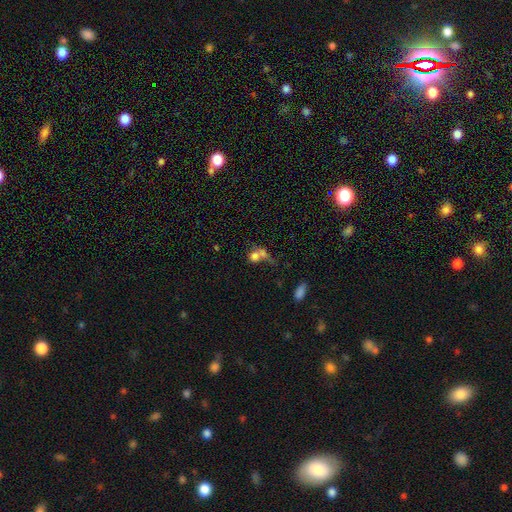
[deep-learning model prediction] The model was most divided on "merging": merger: 58%, none: 24%, major disturbance: 11%, minor disturbance: 8%. More confident: smooth or featured — smooth (69%); how rounded — round (68%).